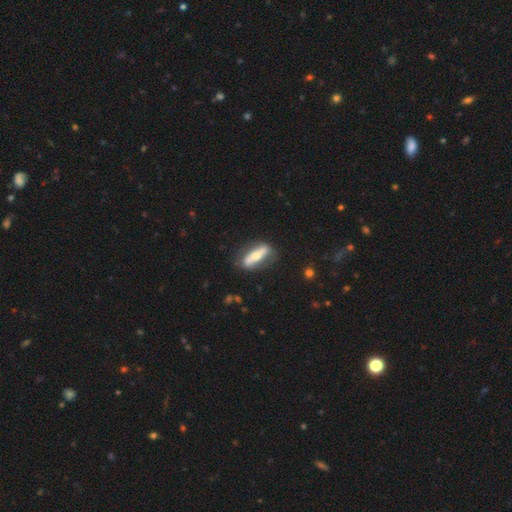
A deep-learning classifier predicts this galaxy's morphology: A featured or disk galaxy (56%) viewed edge-on (54%). Merging: none (77%).